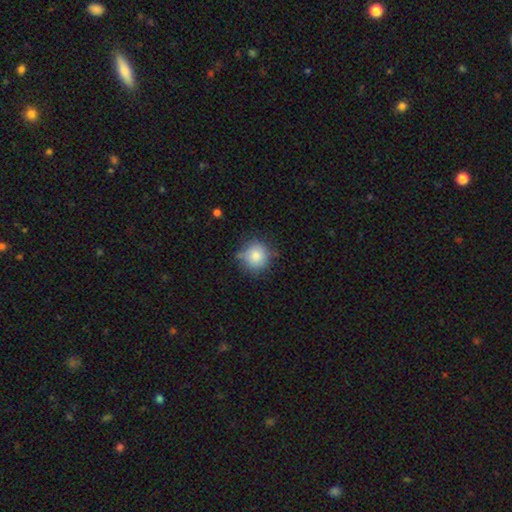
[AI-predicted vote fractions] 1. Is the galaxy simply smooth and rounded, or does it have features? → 82% smooth, 9% star or artifact, 9% featured or disk.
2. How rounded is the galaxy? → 92% round, 7% in between, 1% cigar-shaped.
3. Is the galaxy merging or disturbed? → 70% none, 22% minor disturbance, 4% major disturbance, 4% merger.